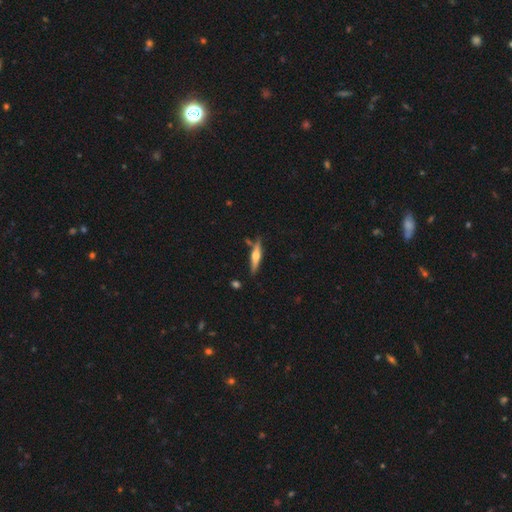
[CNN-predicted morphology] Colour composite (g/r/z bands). It shows a featured or disk galaxy (60%) viewed edge-on (96%) with a rounded central bulge (92%). Merging: none (81%).